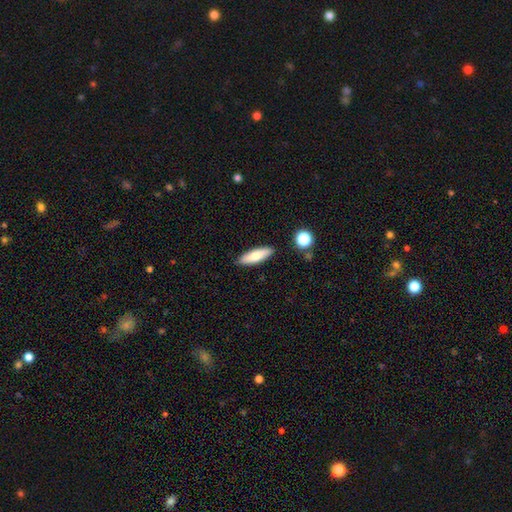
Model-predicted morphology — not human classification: Smooth or featured? smooth (75%)
How rounded? cigar-shaped (52%)
Merging? none (87%)